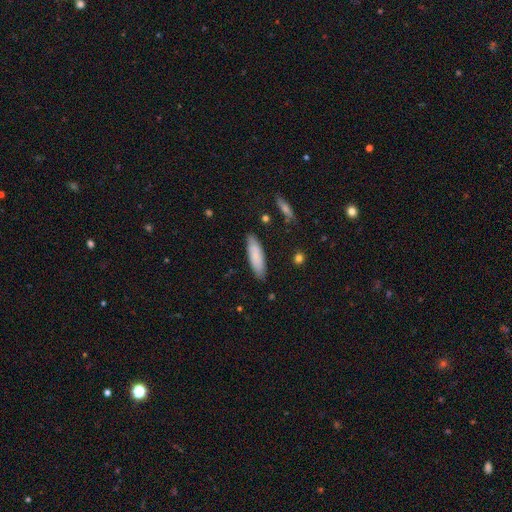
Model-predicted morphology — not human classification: smooth 82%, featured or disk 12%, star or artifact 6%. Down the decision tree: how rounded — cigar-shaped (53%); merging — none (84%).